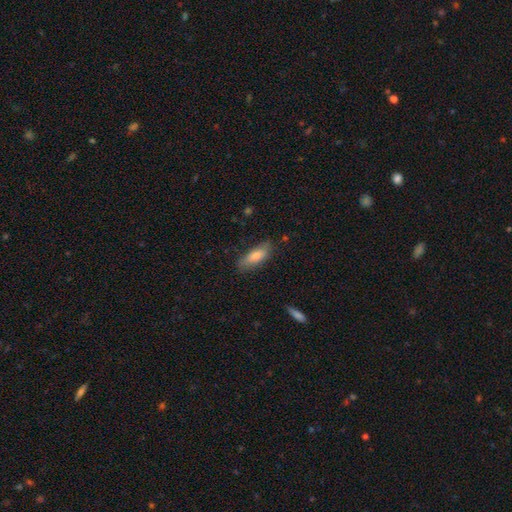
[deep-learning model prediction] Smooth or featured: smooth — 75% (featured or disk — 19%)
How rounded: in between — 59% (cigar-shaped — 39%)
Merging: none — 79% (minor disturbance — 16%)